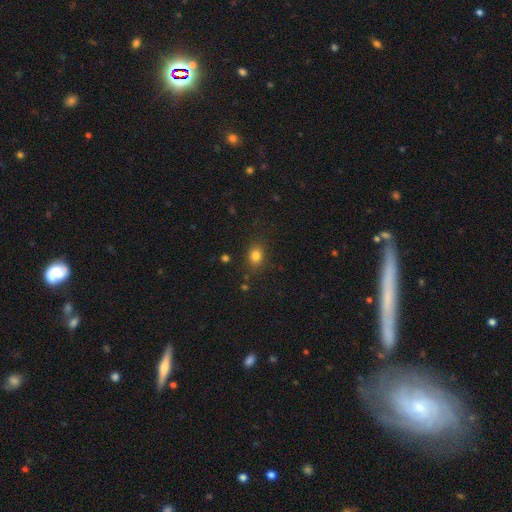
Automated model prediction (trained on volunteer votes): smooth 82%, star or artifact 12%, featured or disk 6%. Down the decision tree: how rounded — in between (57%); merging — none (82%).